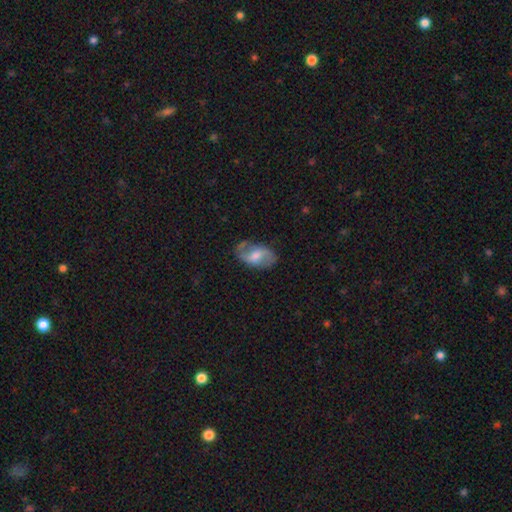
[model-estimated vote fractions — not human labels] Morphology: type=featured or disk (62%); edge-on=no (95%); bar=weak (51%); spiral arms=yes (84%); bulge=moderate (54%); merging=none (71%).